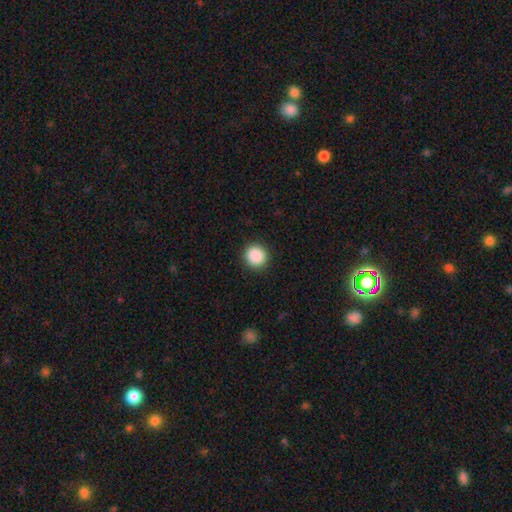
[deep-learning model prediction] This appears to be a smooth galaxy with no disk features (89%) that is round (92%). Merging: none (92%).